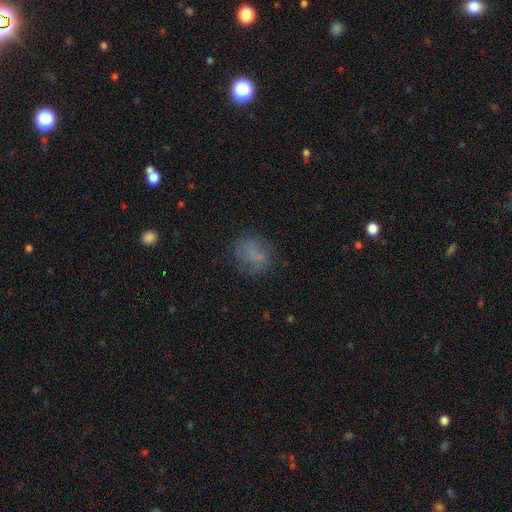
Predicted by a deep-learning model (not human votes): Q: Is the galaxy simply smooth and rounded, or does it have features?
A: smooth — 66%.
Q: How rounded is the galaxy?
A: round — 54%.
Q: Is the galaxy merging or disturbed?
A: none — 72%.